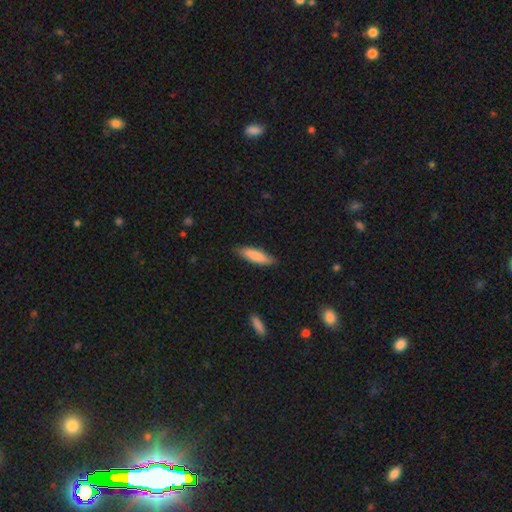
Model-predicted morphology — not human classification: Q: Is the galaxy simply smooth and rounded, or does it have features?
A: smooth — 84%.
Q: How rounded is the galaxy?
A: cigar-shaped — 62%.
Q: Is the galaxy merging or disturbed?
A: none — 81%.